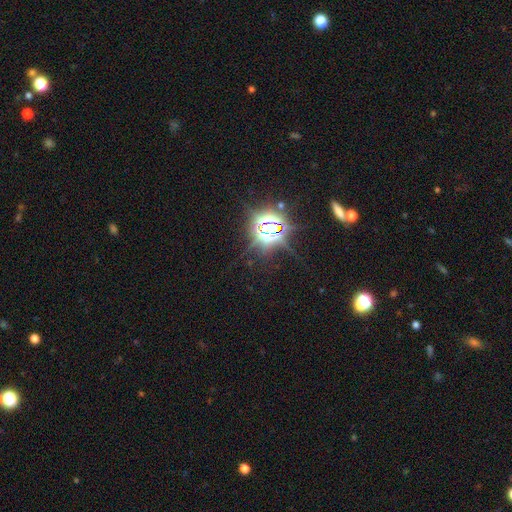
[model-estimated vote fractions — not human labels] This is clearly a star or artifact rather than a galaxy (81%).